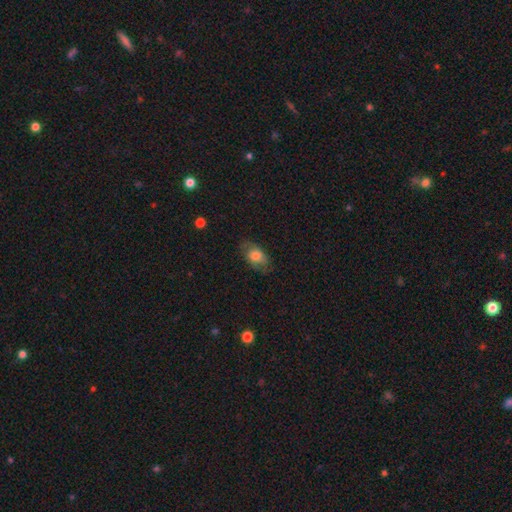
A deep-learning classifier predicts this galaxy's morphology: A smooth galaxy with no disk features (70%) that is in between round and cigar-shaped (85%).

Vote fractions:
- Smooth or featured? smooth: 70% / featured or disk: 22% / star or artifact: 8%
- How rounded? in between: 85% / round: 13% / cigar-shaped: 3%
- Merging? none: 73% / minor disturbance: 19% / major disturbance: 7% / merger: 1%